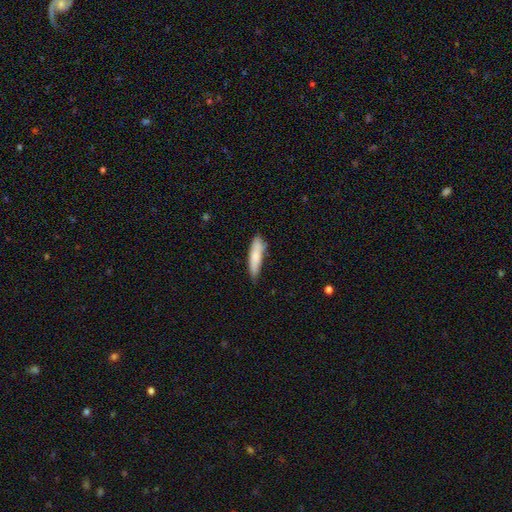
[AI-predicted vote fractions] This is clearly a smooth galaxy (80%). How rounded: likely cigar-shaped (69%). Merging: likely none (70%).